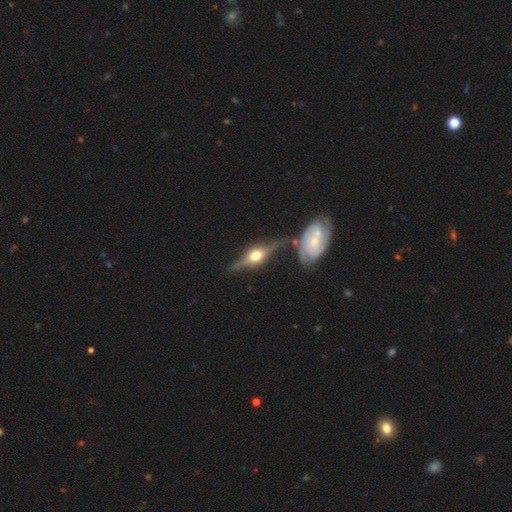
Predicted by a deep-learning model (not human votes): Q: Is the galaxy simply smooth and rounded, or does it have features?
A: featured or disk — 80%.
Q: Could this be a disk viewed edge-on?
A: yes — 92%.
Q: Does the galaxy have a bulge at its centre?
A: rounded — 96%.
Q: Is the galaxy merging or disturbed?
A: none — 73%.